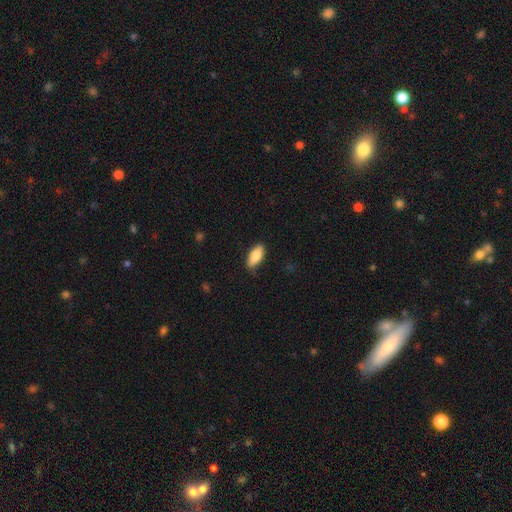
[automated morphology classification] This appears to be a smooth galaxy with no disk features (83%) that is in between round and cigar-shaped (85%). Merging: none (86%).